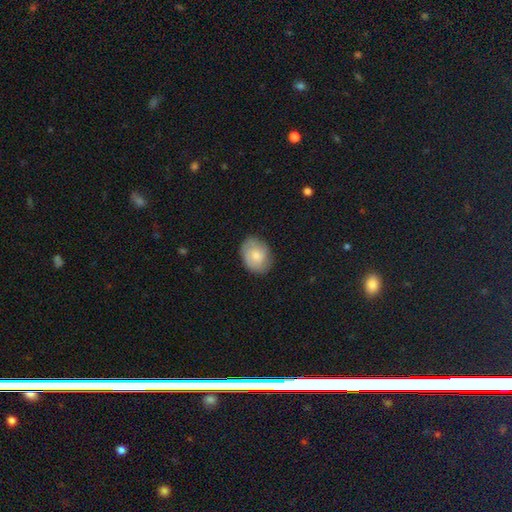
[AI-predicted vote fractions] The model was most divided on "how rounded": in between: 62%, round: 37%, cigar-shaped: 1%. More confident: merging — none (78%); smooth or featured — smooth (64%).